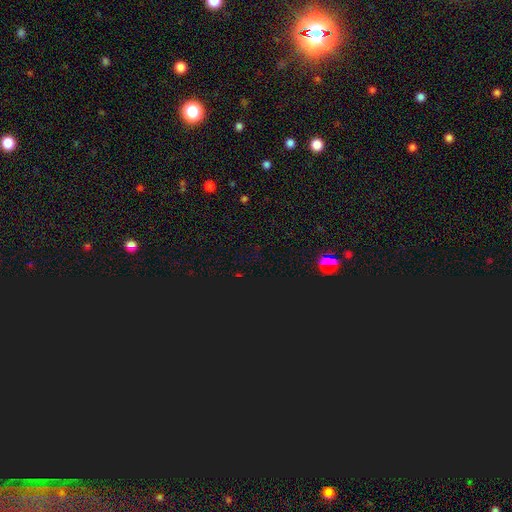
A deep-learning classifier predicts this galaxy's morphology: Smooth or featured: star or artifact — 77% (smooth — 17%)